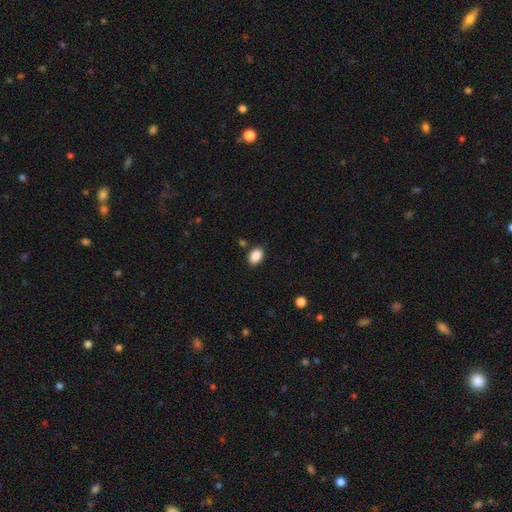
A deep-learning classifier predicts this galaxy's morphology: Smooth or featured?
  - smooth: 89% *
  - star or artifact: 8%
  - featured or disk: 3%
How rounded?
  - in between: 81% *
  - round: 17%
  - cigar-shaped: 1%
Merging?
  - none: 84% *
  - minor disturbance: 11%
  - merger: 3%
  - major disturbance: 3%